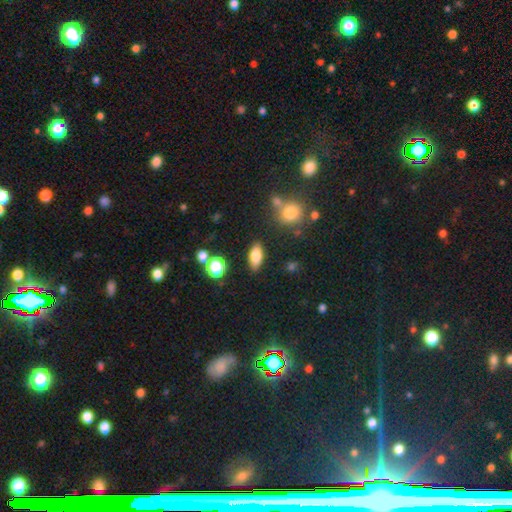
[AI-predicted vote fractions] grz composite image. It shows a smooth galaxy with no disk features (78%) that is in between round and cigar-shaped (82%). Merging: none (83%).